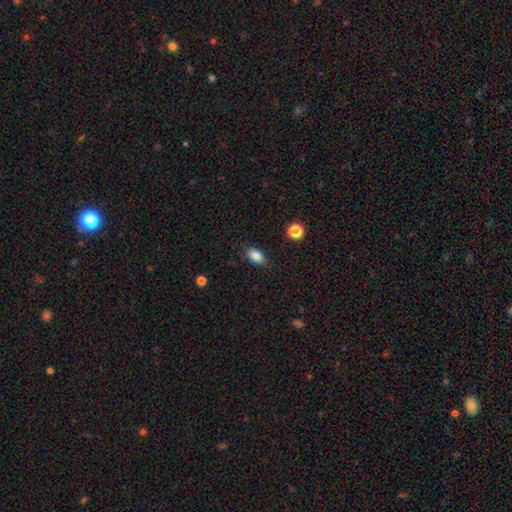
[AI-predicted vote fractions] The model was most divided on "merging": none: 83%, minor disturbance: 13%, major disturbance: 3%, merger: 1%. More confident: how rounded — in between (88%); smooth or featured — smooth (85%).